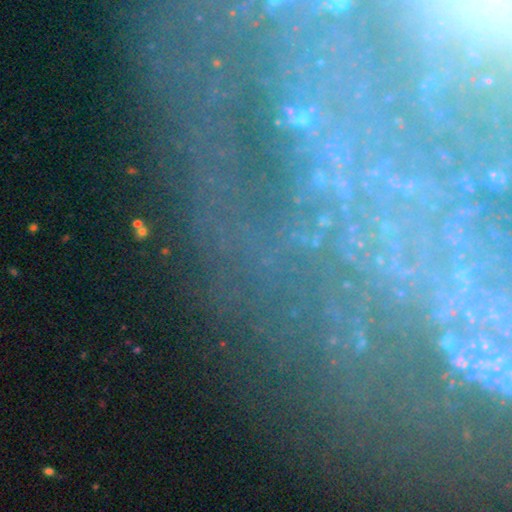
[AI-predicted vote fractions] Smooth or featured: featured or disk — 48% (star or artifact — 36%)
Merging: none — 70% (minor disturbance — 14%)